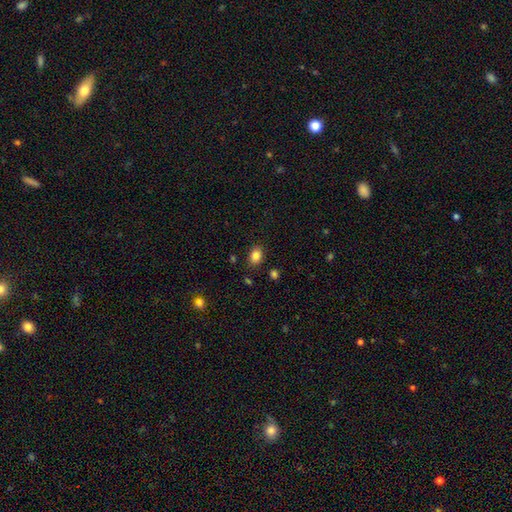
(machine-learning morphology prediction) smooth_or_featured: smooth (p=0.84) [alt: star or artifact p=0.10]
how_rounded: in between (p=0.73) [alt: round p=0.26]
merging: none (p=0.85) [alt: minor disturbance p=0.10]